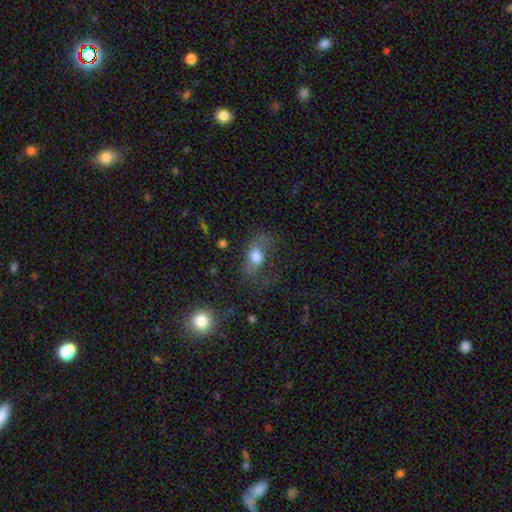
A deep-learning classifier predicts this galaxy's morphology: Q: Smooth or featured?
A: smooth (62%); runner-up: featured or disk (25%)
Q: How rounded?
A: in between (75%); runner-up: round (20%)
Q: Merging?
A: none (42%); runner-up: major disturbance (30%)